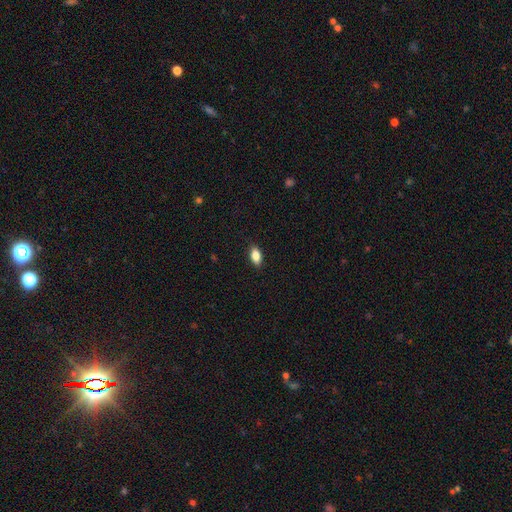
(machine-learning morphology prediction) This appears to be a smooth galaxy with no disk features (86%) that is in between round and cigar-shaped (89%). Merging: none (88%).